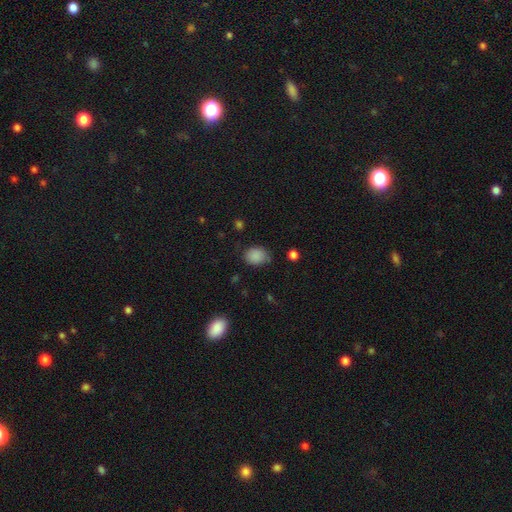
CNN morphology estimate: Overall: smooth (86%). How rounded: in between (53%; round 47%). Merging: none (70%).